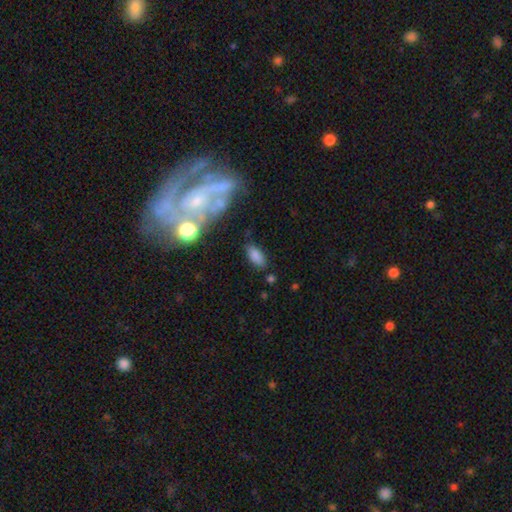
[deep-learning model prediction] A smooth galaxy with no disk features (81%) that is in between round and cigar-shaped (89%).

Vote fractions:
- Smooth or featured? smooth: 81% / star or artifact: 10% / featured or disk: 9%
- How rounded? in between: 89% / cigar-shaped: 8% / round: 3%
- Merging? none: 78% / minor disturbance: 14% / major disturbance: 4% / merger: 3%